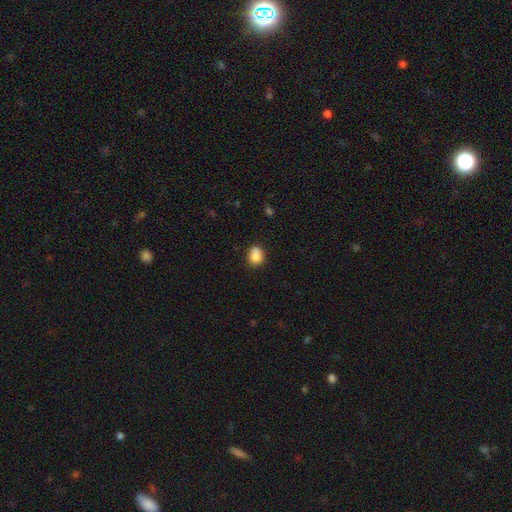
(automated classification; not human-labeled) smooth 84%, star or artifact 9%, featured or disk 6%. Down the decision tree: how rounded — round (53%); merging — none (65%).